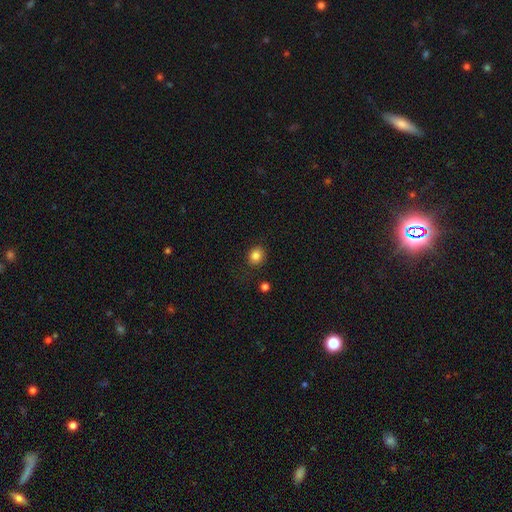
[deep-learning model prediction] smooth_or_featured: smooth (p=0.84) [alt: star or artifact p=0.11]
how_rounded: round (p=0.76) [alt: in between p=0.23]
merging: none (p=0.86) [alt: minor disturbance p=0.09]